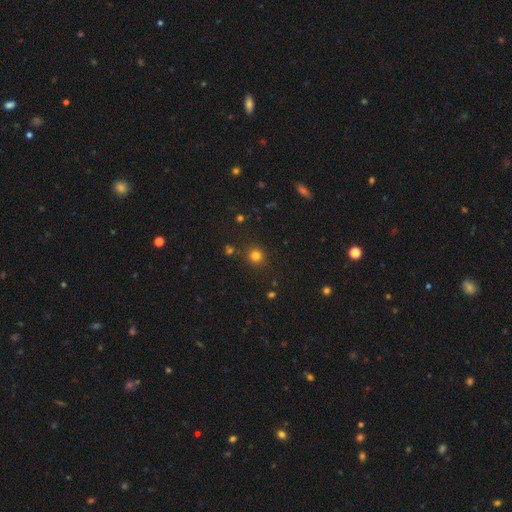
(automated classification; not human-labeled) smooth_or_featured: smooth (p=0.78) [alt: star or artifact p=0.17]
how_rounded: round (p=0.91) [alt: in between p=0.08]
merging: none (p=0.87) [alt: minor disturbance p=0.07]